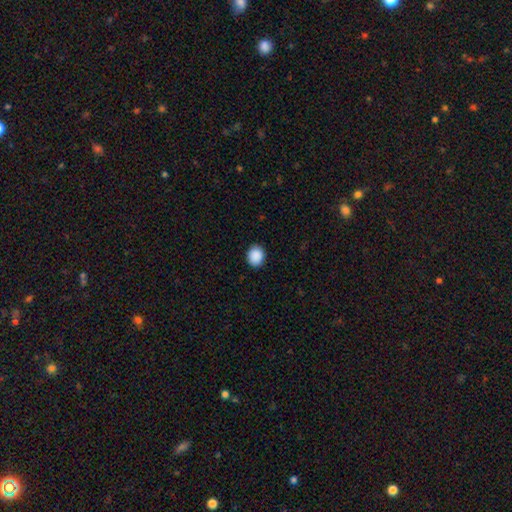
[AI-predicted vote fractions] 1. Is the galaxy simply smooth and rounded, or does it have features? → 90% smooth, 8% star or artifact, 2% featured or disk.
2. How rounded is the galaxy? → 67% round, 32% in between, 1% cigar-shaped.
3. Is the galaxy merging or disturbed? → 90% none, 7% minor disturbance, 2% major disturbance, 1% merger.